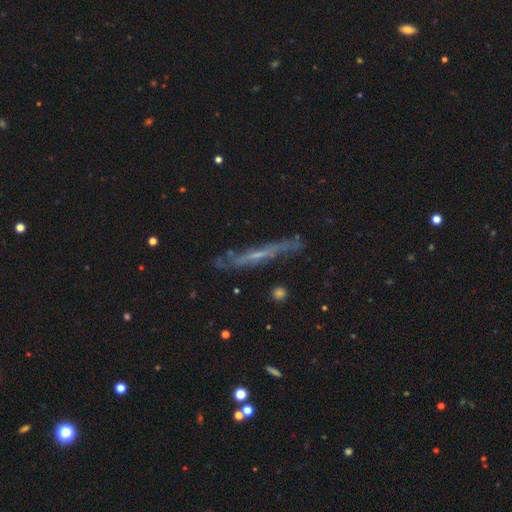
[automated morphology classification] smooth-or-featured: featured or disk: 69% | smooth: 22% | star or artifact: 9%
  disk-edge-on: yes: 73% | no: 27%
    edge-on-bulge: none: 60% | rounded: 32% | boxy: 7%
  merging: none: 69% | minor disturbance: 21% | major disturbance: 7% | merger: 3%